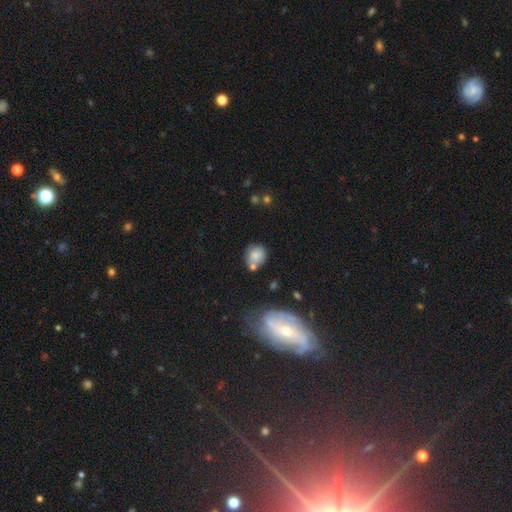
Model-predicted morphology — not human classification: smooth_or_featured: smooth (p=0.72) [alt: featured or disk p=0.18]
how_rounded: round (p=0.69) [alt: in between p=0.30]
merging: none (p=0.59) [alt: minor disturbance p=0.18]